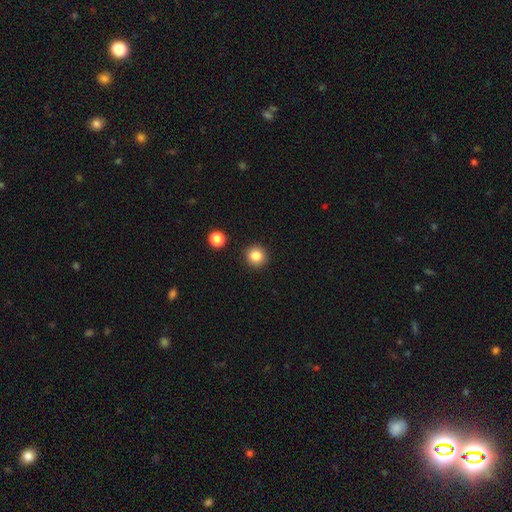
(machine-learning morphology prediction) A smooth galaxy with no disk features (84%) that is round (92%).

Vote fractions:
- Smooth or featured? smooth: 84% / star or artifact: 11% / featured or disk: 5%
- How rounded? round: 92% / in between: 7% / cigar-shaped: 1%
- Merging? none: 91% / minor disturbance: 5% / merger: 2% / major disturbance: 2%